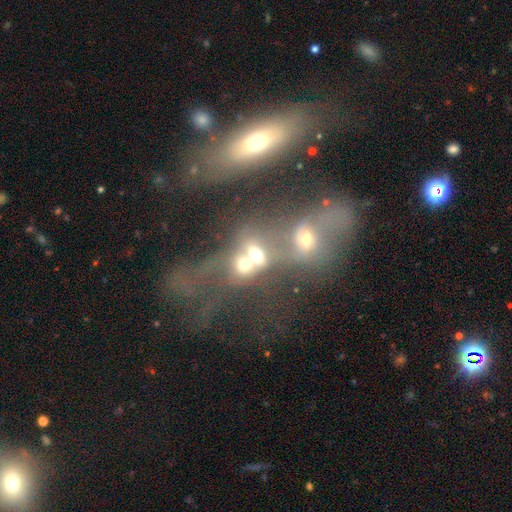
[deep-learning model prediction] smooth 50%, featured or disk 33%, star or artifact 18%. Down the decision tree: merging — merger (76%).